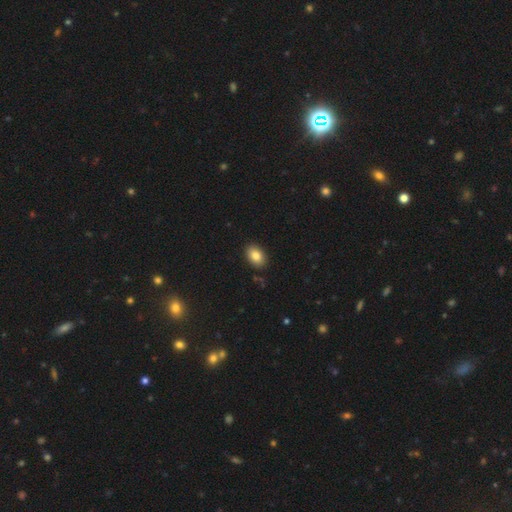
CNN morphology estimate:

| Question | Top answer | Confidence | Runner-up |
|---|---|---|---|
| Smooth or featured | smooth | 84% | star or artifact (8%) |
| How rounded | in between | 85% | round (14%) |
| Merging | none | 88% | minor disturbance (8%) |